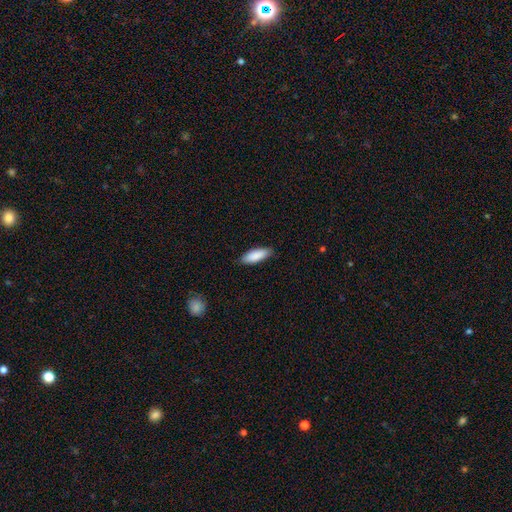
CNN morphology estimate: A smooth galaxy with no disk features (89%) that is in between round and cigar-shaped (64%).

Vote fractions:
- Smooth or featured? smooth: 89% / featured or disk: 6% / star or artifact: 5%
- How rounded? in between: 64% / cigar-shaped: 35% / round: 1%
- Merging? none: 86% / minor disturbance: 11% / major disturbance: 2% / merger: 1%